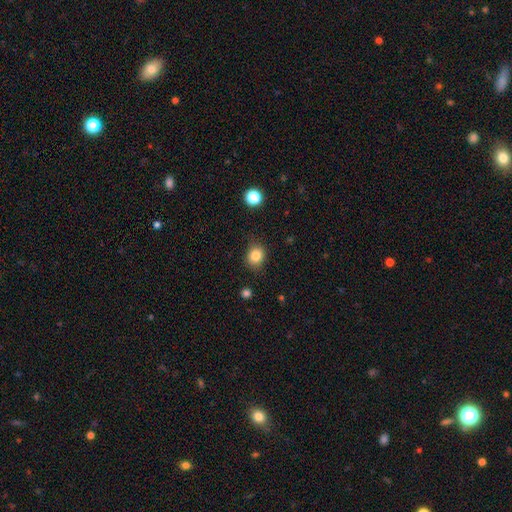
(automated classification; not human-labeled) smooth 84%, star or artifact 11%, featured or disk 5%. Down the decision tree: how rounded — round (66%); merging — none (81%).